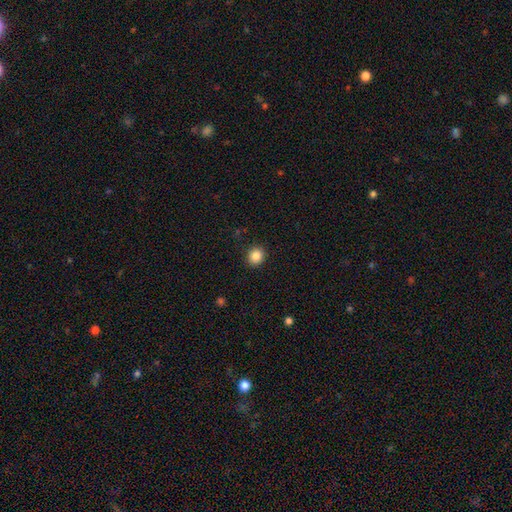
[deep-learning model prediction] This appears to be a smooth galaxy with no disk features (86%) that is round (84%). Merging: none (91%).